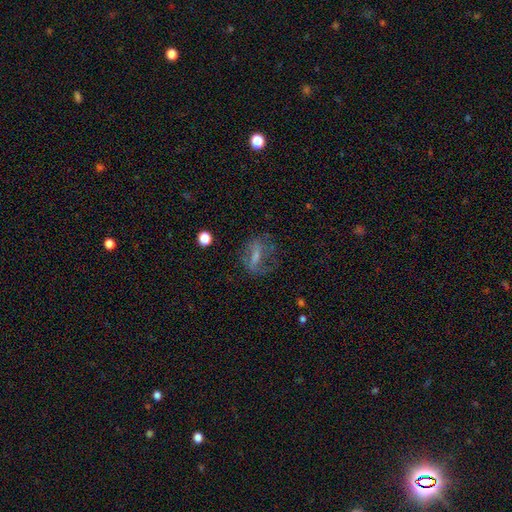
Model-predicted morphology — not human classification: A featured or disk galaxy (50%).

Vote fractions:
- Smooth or featured? featured or disk: 50% / smooth: 36% / star or artifact: 14%
- Merging? none: 54% / major disturbance: 23% / minor disturbance: 20% / merger: 3%